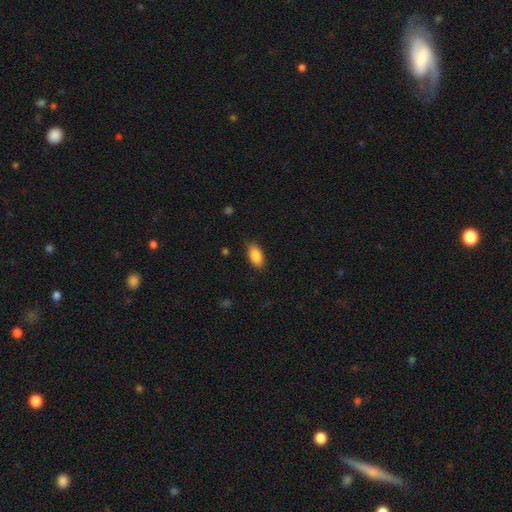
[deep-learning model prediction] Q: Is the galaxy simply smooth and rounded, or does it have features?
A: smooth — 88%.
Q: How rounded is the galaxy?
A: in between — 90%.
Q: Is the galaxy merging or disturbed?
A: none — 85%.